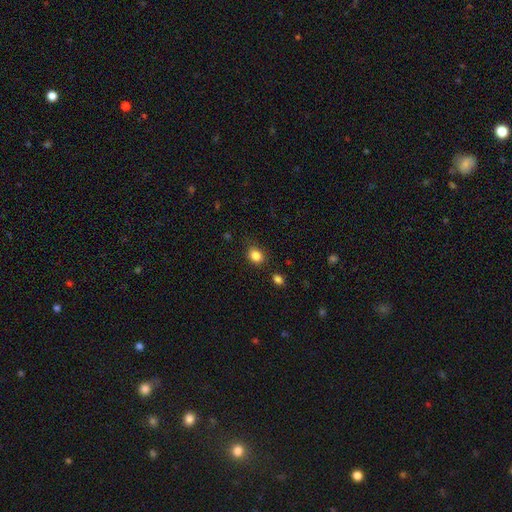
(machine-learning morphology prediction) smooth-or-featured: smooth: 85% | star or artifact: 10% | featured or disk: 5%
  how-rounded: in between: 52% | round: 47% | cigar-shaped: 1%
  merging: none: 81% | minor disturbance: 14% | major disturbance: 3% | merger: 3%